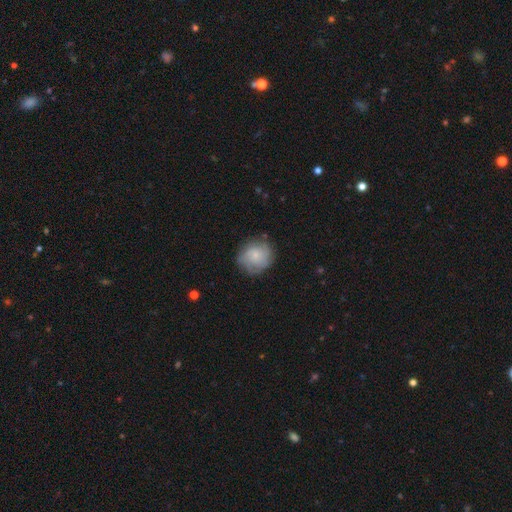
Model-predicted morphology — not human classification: The model was most divided on "smooth or featured": smooth: 56%, featured or disk: 36%, star or artifact: 8%. More confident: how rounded — round (83%); merging — none (70%).